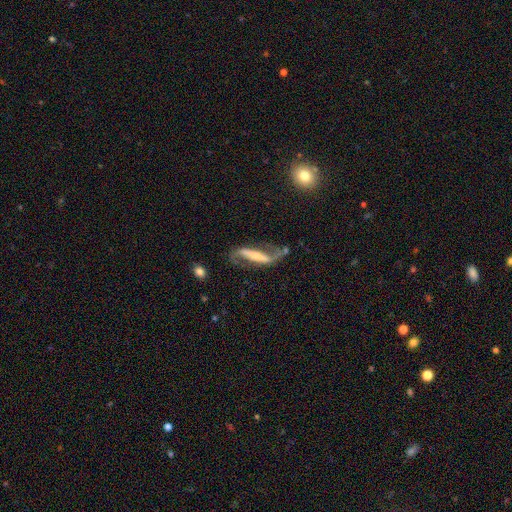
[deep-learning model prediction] This is clearly a featured or disk galaxy (84%). It is clearly not viewed edge-on (82%). Bar: likely strong (63%). Spiral arm pattern: clearly yes (92%). Spiral arm count: clearly 2 (88%). Spiral winding: likely loose (76%). Central bulge: possibly small (50%). Merging: possibly none (57%).